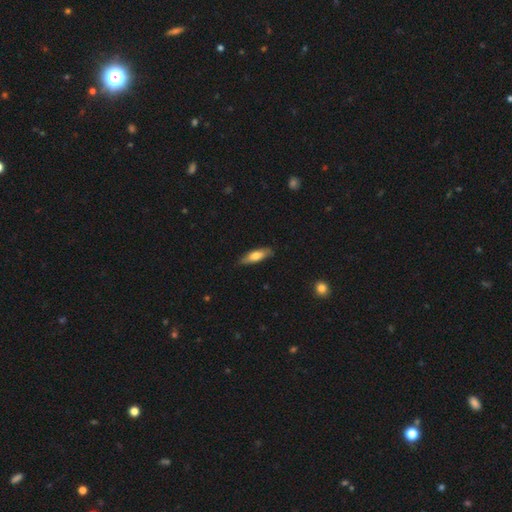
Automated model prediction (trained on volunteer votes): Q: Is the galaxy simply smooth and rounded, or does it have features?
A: smooth — 69%.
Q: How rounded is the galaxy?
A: cigar-shaped — 51%.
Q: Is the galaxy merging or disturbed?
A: none — 81%.